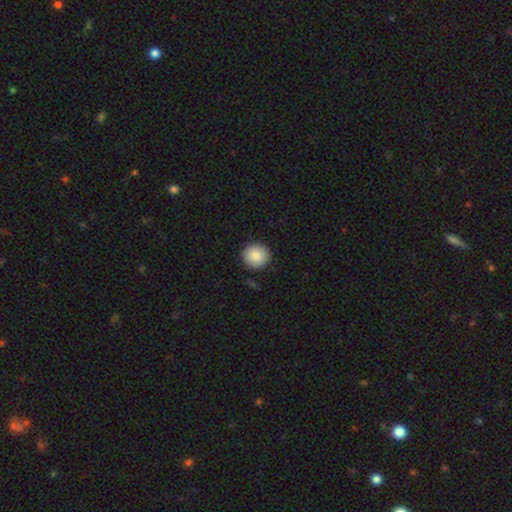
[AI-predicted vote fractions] Smooth or featured: smooth — 85% (star or artifact — 8%)
How rounded: round — 93% (in between — 6%)
Merging: none — 90% (minor disturbance — 7%)